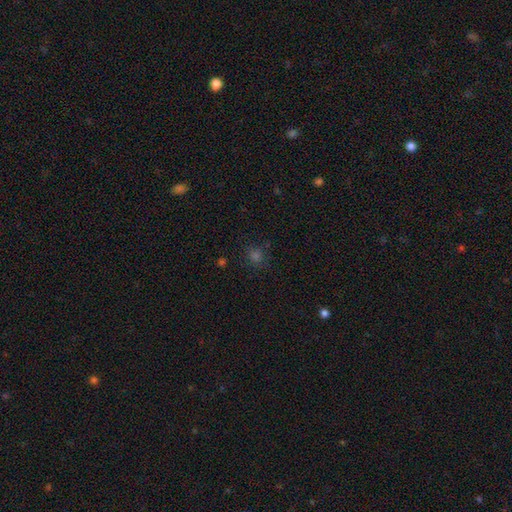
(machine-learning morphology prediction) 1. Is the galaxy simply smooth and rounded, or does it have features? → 60% smooth, 34% star or artifact, 7% featured or disk.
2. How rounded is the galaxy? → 86% round, 13% in between, 1% cigar-shaped.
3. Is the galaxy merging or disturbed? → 82% none, 11% minor disturbance, 4% major disturbance, 2% merger.